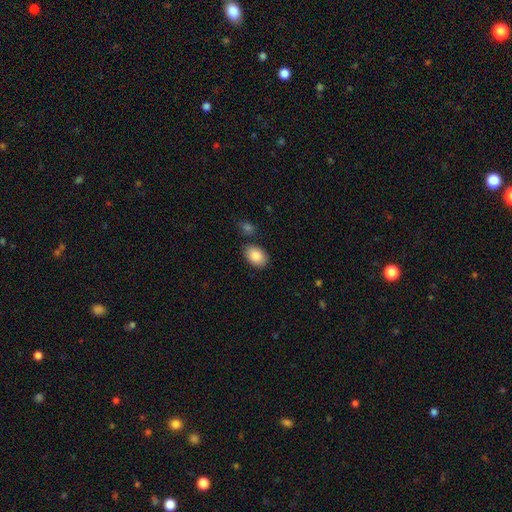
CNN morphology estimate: Smooth or featured? Predicted: smooth (p=0.88). How rounded? Predicted: in between (p=0.86). Merging? Predicted: none (p=0.80).